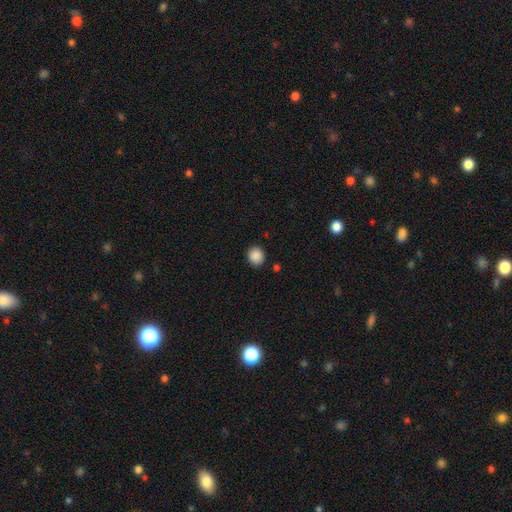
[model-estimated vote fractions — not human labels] This appears to be a smooth galaxy with no disk features (88%) that is round (84%). Merging: none (89%).